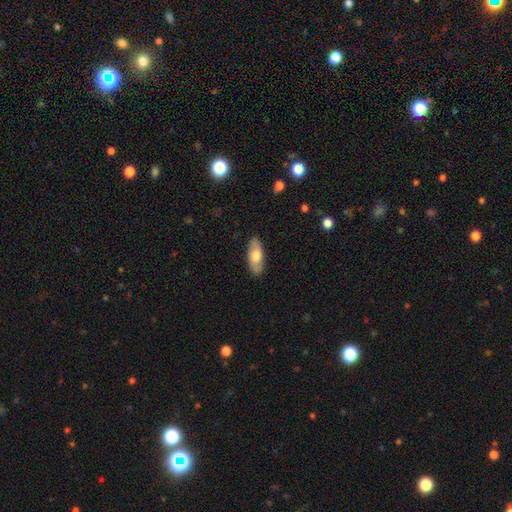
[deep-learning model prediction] Smooth or featured: smooth — 59% (featured or disk — 35%)
How rounded: in between — 85% (cigar-shaped — 13%)
Merging: none — 86% (minor disturbance — 11%)